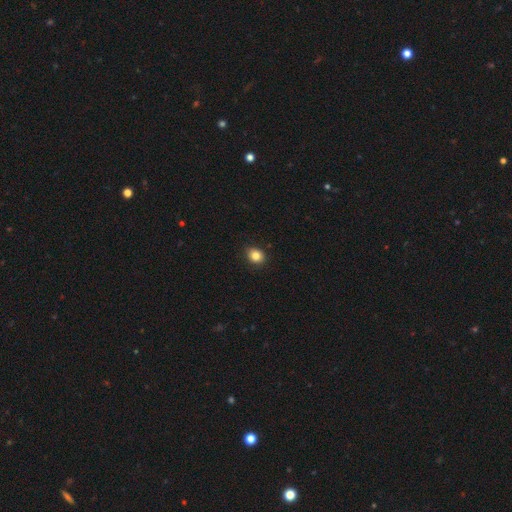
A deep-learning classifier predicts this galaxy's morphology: Smooth or featured: smooth — 84% (star or artifact — 10%)
How rounded: round — 60% (in between — 39%)
Merging: none — 87% (minor disturbance — 10%)